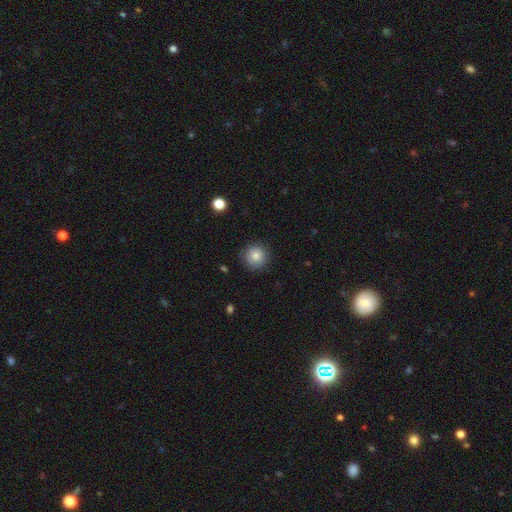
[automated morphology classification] Overall: smooth (83%). How rounded: round (94%). Merging: none (86%).